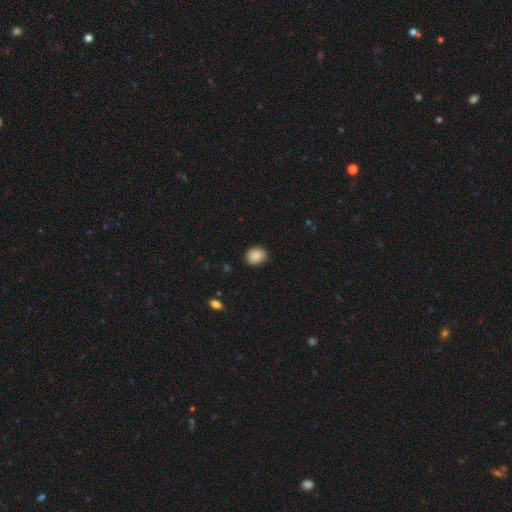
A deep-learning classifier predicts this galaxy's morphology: smooth_or_featured: smooth (p=0.89) [alt: star or artifact p=0.08]
how_rounded: round (p=0.55) [alt: in between p=0.44]
merging: none (p=0.86) [alt: minor disturbance p=0.11]